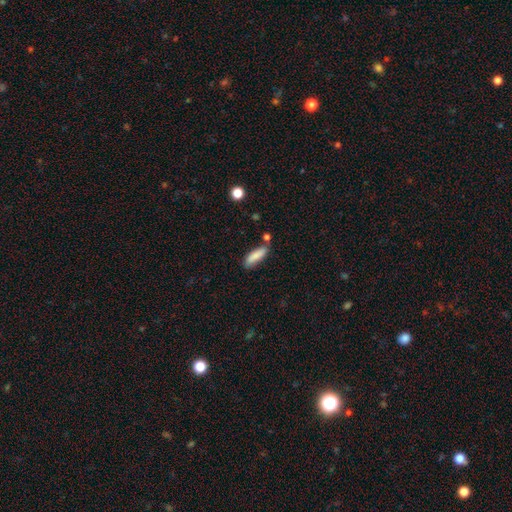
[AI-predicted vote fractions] Smooth or featured? Predicted: smooth (p=0.85). How rounded? Predicted: cigar-shaped (p=0.55). Merging? Predicted: none (p=0.67).